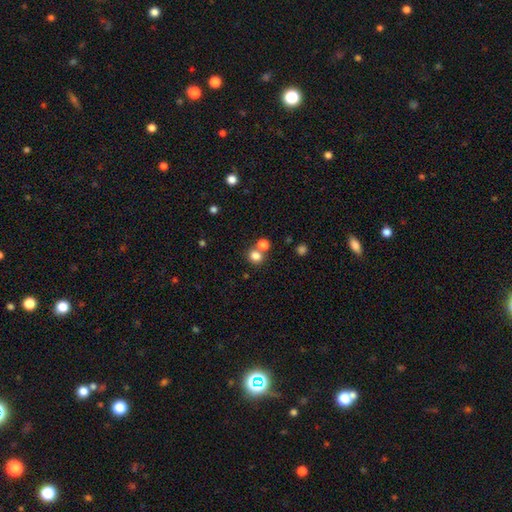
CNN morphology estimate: This is likely a smooth galaxy (79%). How rounded: clearly round (82%). Merging: likely none (61%).